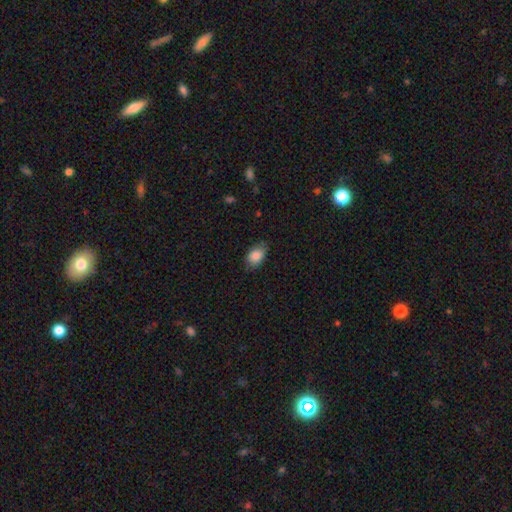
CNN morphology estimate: type=smooth (86%); roundness=in between (86%); merging=none (73%).